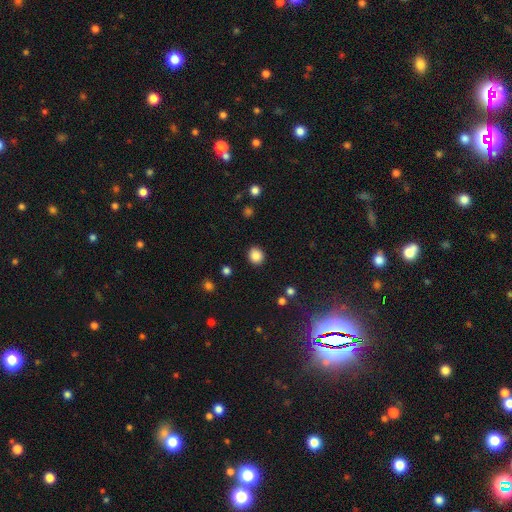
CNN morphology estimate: smooth 86%, star or artifact 10%, featured or disk 4%. Down the decision tree: how rounded — round (85%); merging — none (90%).